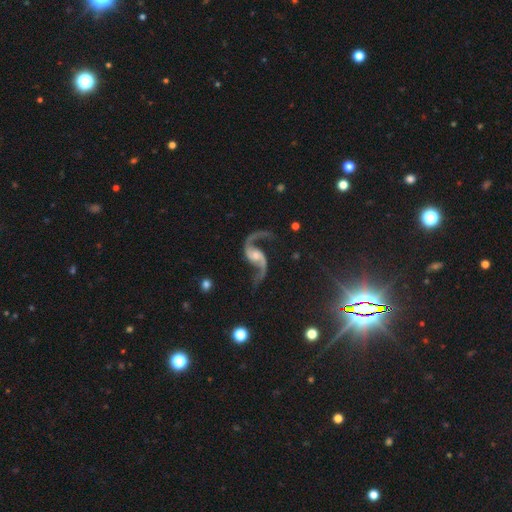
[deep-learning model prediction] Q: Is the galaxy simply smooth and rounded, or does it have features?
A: featured or disk — 93%.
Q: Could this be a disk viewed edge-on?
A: no — 98%.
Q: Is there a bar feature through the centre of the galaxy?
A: no — 56%.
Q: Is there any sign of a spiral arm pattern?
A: yes — 98%.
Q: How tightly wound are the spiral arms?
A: loose — 83%.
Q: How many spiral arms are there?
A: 2 — 94%.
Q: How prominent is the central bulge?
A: small — 42%.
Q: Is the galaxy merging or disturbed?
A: none — 75%.